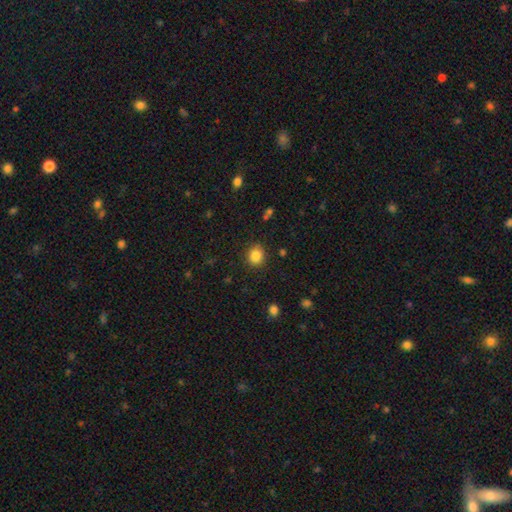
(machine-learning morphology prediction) Smooth or featured: smooth — 85% (star or artifact — 11%)
How rounded: round — 78% (in between — 21%)
Merging: none — 87% (minor disturbance — 9%)